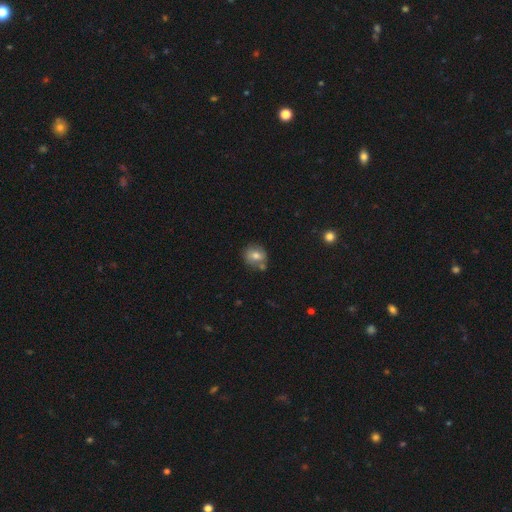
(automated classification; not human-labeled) smooth-or-featured: smooth: 74% | featured or disk: 16% | star or artifact: 10%
  how-rounded: round: 76% | in between: 23% | cigar-shaped: 1%
  merging: none: 65% | minor disturbance: 16% | merger: 16% | major disturbance: 4%